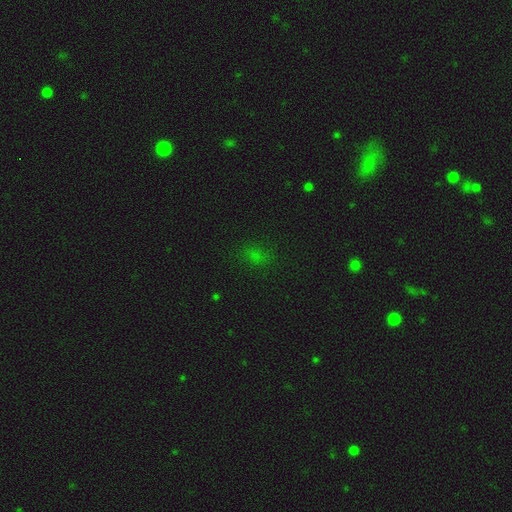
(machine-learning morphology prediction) This is possibly a smooth galaxy (52%). How rounded: likely in between (63%). Merging: likely none (79%).